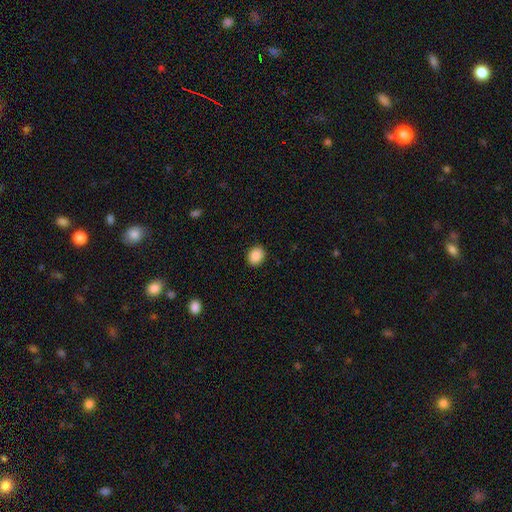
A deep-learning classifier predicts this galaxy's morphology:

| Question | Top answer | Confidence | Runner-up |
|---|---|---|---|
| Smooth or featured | smooth | 88% | star or artifact (8%) |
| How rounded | round | 62% | in between (37%) |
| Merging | none | 90% | minor disturbance (7%) |